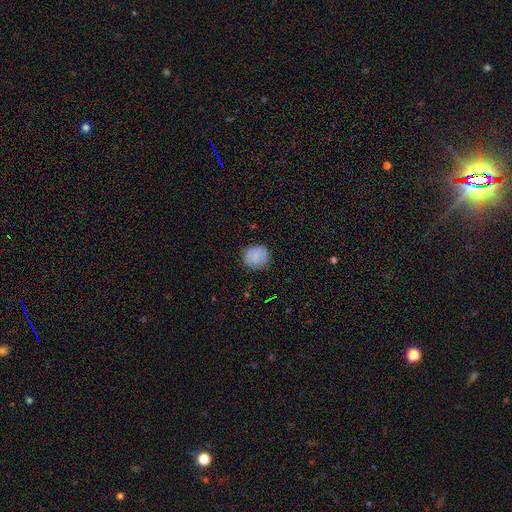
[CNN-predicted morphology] The model was most divided on "merging": none: 84%, minor disturbance: 12%, major disturbance: 3%, merger: 1%. More confident: how rounded — round (87%); smooth or featured — smooth (84%).